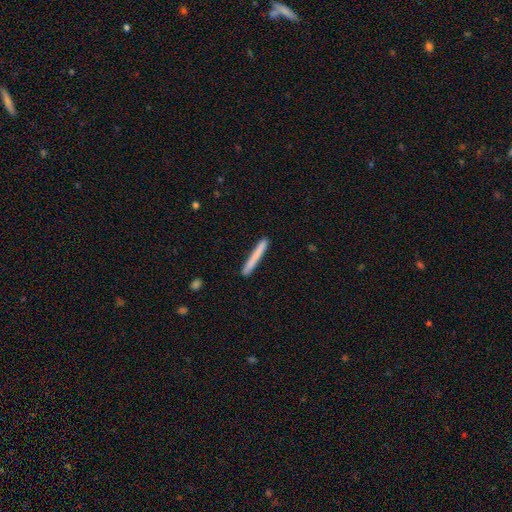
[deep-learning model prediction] Q: Smooth or featured?
A: smooth (75%); runner-up: featured or disk (20%)
Q: How rounded?
A: cigar-shaped (97%); runner-up: in between (2%)
Q: Merging?
A: none (90%); runner-up: minor disturbance (7%)